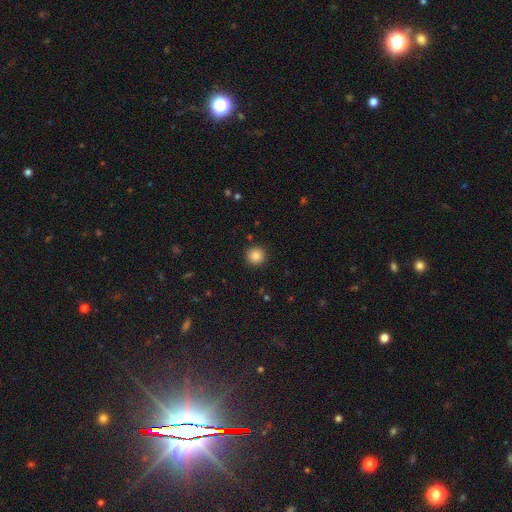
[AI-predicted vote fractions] smooth 84%, star or artifact 11%, featured or disk 5%. Down the decision tree: how rounded — round (95%); merging — none (92%).